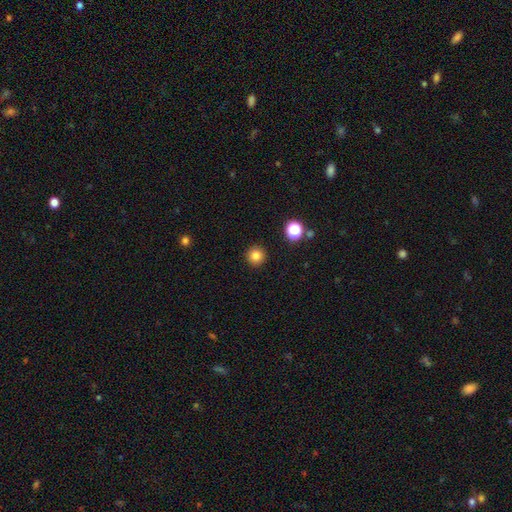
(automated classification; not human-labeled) smooth-or-featured: smooth: 82% | star or artifact: 13% | featured or disk: 6%
  how-rounded: round: 95% | in between: 4% | cigar-shaped: 1%
  merging: none: 92% | minor disturbance: 5% | major disturbance: 2% | merger: 1%